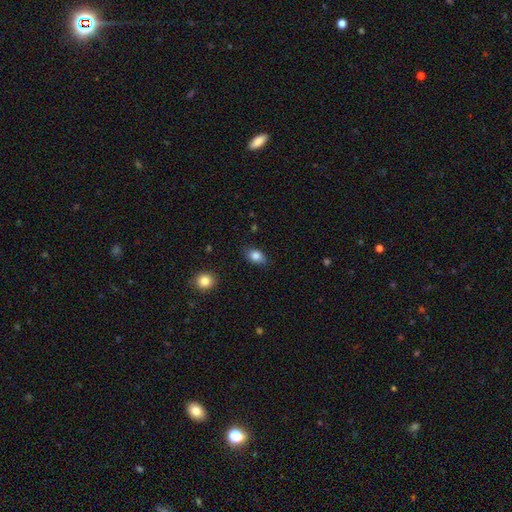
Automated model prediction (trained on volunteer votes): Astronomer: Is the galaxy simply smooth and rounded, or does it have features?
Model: smooth — 84%.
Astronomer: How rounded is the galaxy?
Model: in between — 82%.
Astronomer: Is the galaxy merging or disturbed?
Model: none — 84%.